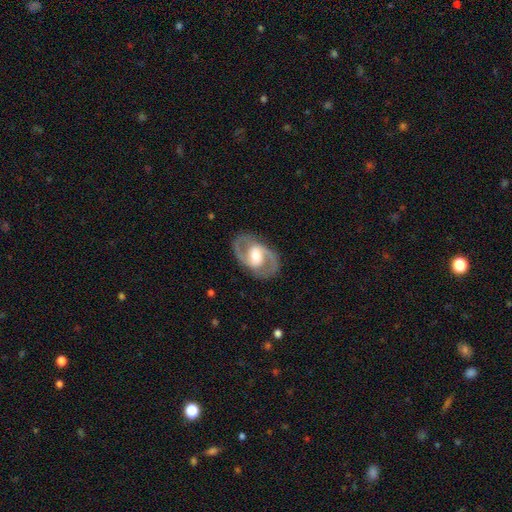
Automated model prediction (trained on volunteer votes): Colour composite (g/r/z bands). It shows a featured or disk galaxy (86%) with a weak bar (45%), 2 (93%) medium (60%) spiral arms (92%) and a moderate central bulge (58%). Merging: none (86%).